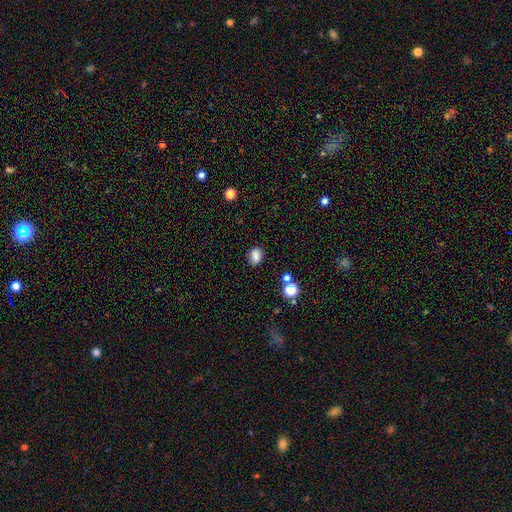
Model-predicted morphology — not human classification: smooth-or-featured: smooth: 83% | star or artifact: 12% | featured or disk: 5%
  how-rounded: in between: 65% | round: 34% | cigar-shaped: 1%
  merging: none: 79% | minor disturbance: 14% | major disturbance: 4% | merger: 3%